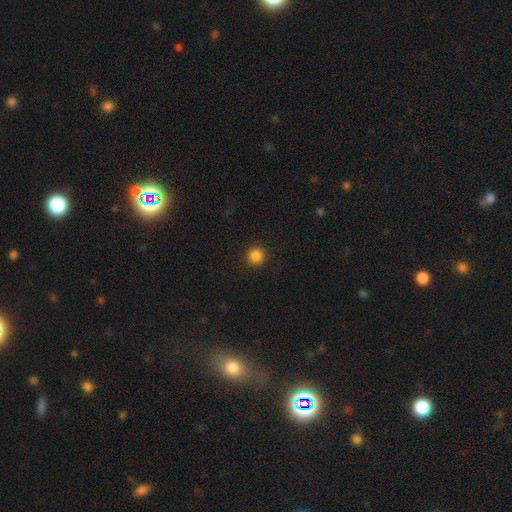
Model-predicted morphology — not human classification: smooth 85%, star or artifact 12%, featured or disk 3%. Down the decision tree: how rounded — round (95%); merging — none (93%).